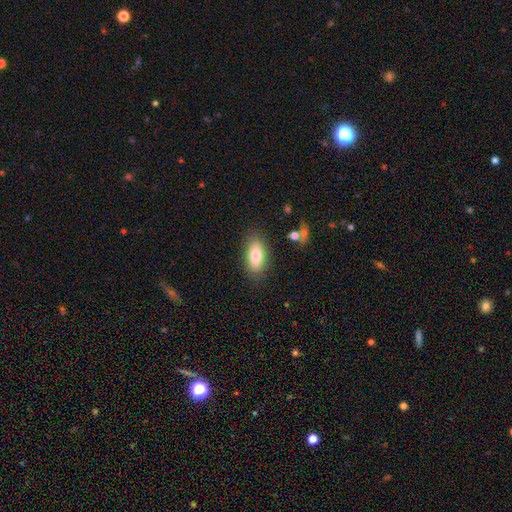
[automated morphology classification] This is likely a smooth galaxy (77%). How rounded: clearly in between (87%). Merging: clearly none (83%).